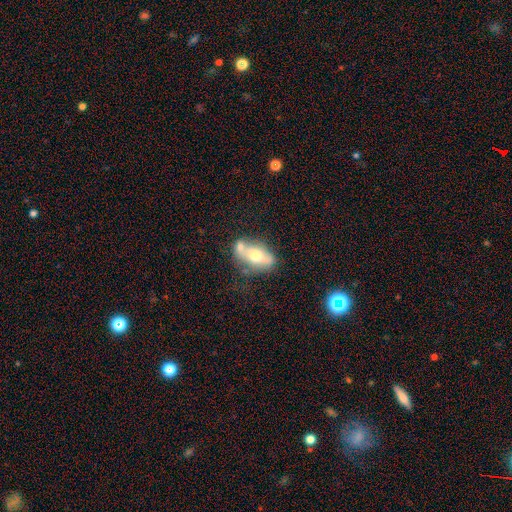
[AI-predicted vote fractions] This is possibly a smooth galaxy (51%). How rounded: clearly in between (83%). Merging: possibly none (48%).